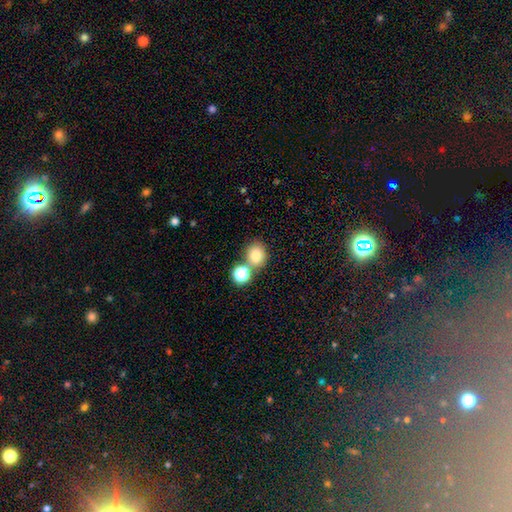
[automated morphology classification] smooth 79%, star or artifact 13%, featured or disk 8%. Down the decision tree: how rounded — round (71%); merging — none (63%).